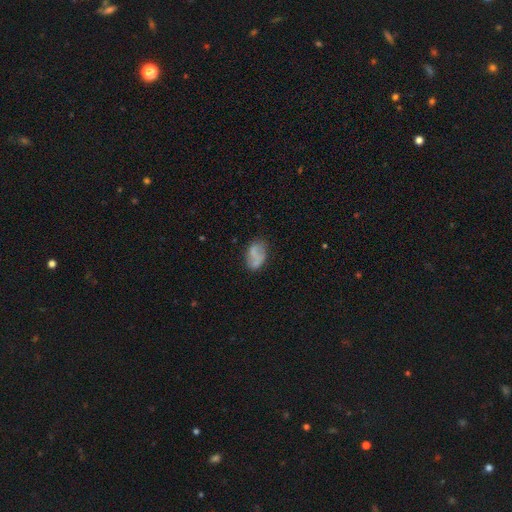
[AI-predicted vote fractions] Q: Smooth or featured?
A: smooth (63%); runner-up: featured or disk (27%)
Q: How rounded?
A: in between (87%); runner-up: round (11%)
Q: Merging?
A: none (57%); runner-up: minor disturbance (25%)